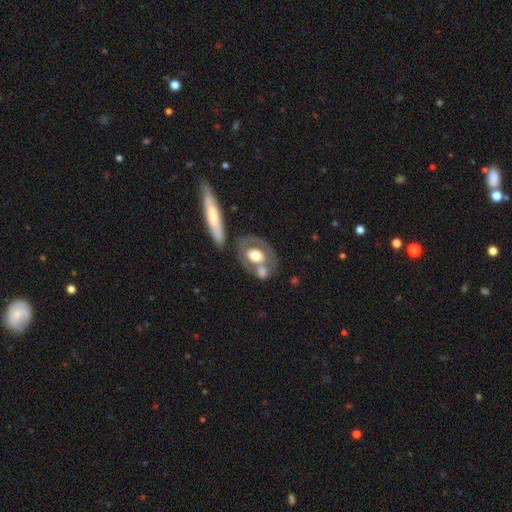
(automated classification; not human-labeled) A featured or disk galaxy (51%). Merging: none (48%).